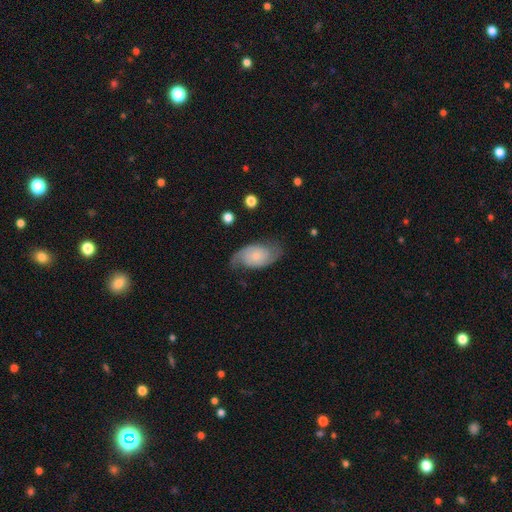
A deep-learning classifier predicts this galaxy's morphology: The model was most divided on "spiral winding": medium: 43%, loose: 32%, tight: 26%. More confident: edge-on disk — no (96%); spiral arms — yes (93%); spiral arm count — 2 (87%); bar — no (72%); smooth or featured — featured or disk (68%); merging — none (68%); bulge size — small (60%).